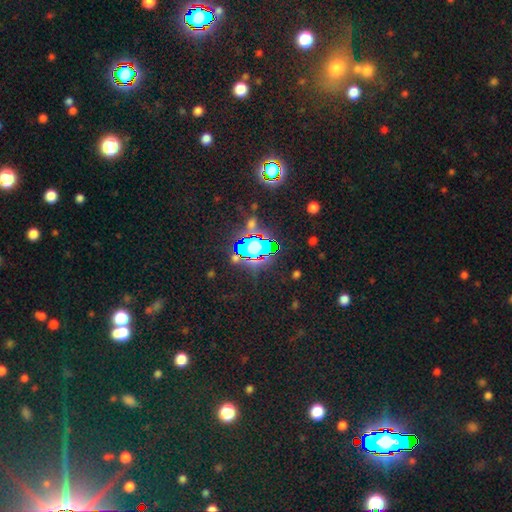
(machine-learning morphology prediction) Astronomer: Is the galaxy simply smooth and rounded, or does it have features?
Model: star or artifact — 68%.